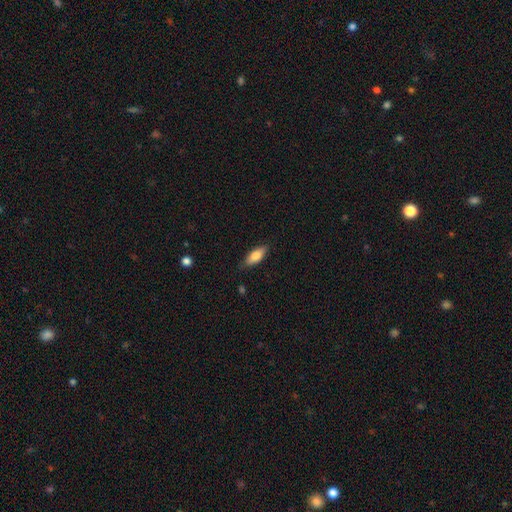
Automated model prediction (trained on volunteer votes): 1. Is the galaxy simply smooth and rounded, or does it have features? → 79% smooth, 14% featured or disk, 6% star or artifact.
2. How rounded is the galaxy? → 74% in between, 24% cigar-shaped, 2% round.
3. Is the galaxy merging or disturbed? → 82% none, 14% minor disturbance, 3% major disturbance, 1% merger.